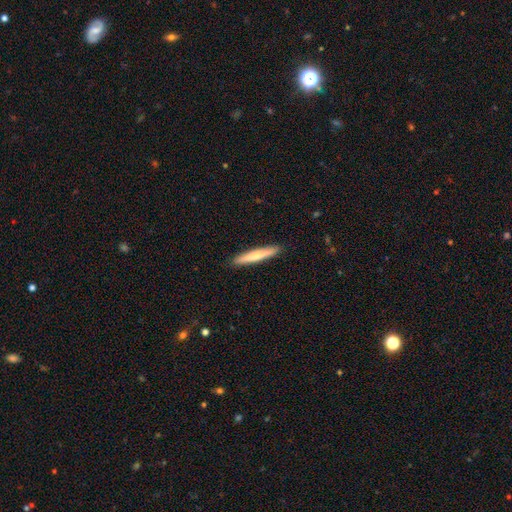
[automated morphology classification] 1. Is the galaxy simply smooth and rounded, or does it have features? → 62% smooth, 33% featured or disk, 5% star or artifact.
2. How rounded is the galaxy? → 95% cigar-shaped, 4% in between, 1% round.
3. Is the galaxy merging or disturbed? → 91% none, 6% minor disturbance, 1% major disturbance, 1% merger.